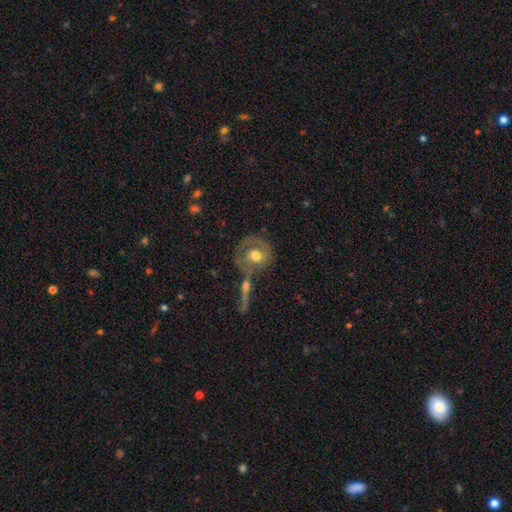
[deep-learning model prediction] Morphology: type=featured or disk (61%); edge-on=no (92%); bar=no (75%); spiral arms=yes (67%); bulge=moderate (71%); merging=none (52%).